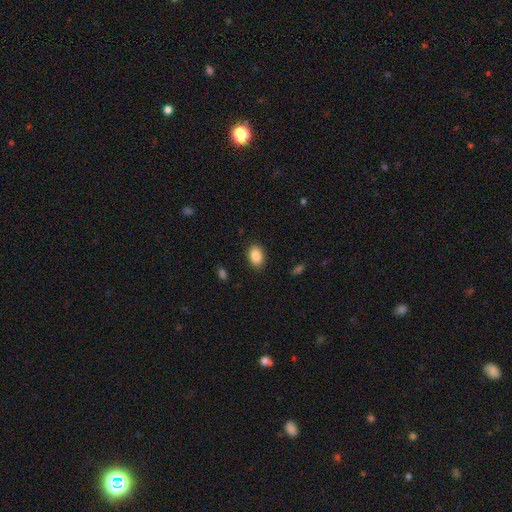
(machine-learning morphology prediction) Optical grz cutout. It shows a smooth galaxy with no disk features (88%) that is in between round and cigar-shaped (86%). Merging: none (87%).